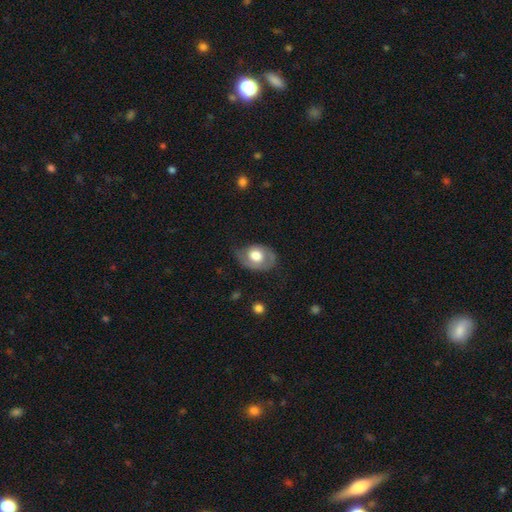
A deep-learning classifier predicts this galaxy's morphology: Q: Smooth or featured?
A: smooth (49%); runner-up: featured or disk (45%)
Q: Merging?
A: none (56%); runner-up: minor disturbance (29%)